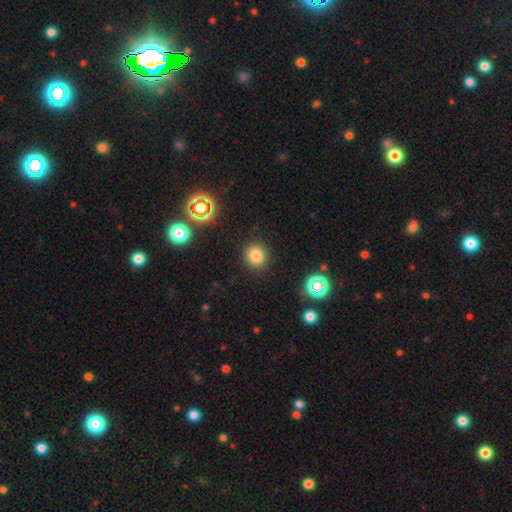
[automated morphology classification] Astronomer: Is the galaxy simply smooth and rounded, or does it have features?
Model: smooth — 79%.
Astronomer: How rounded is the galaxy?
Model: round — 88%.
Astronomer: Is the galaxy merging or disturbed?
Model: none — 90%.